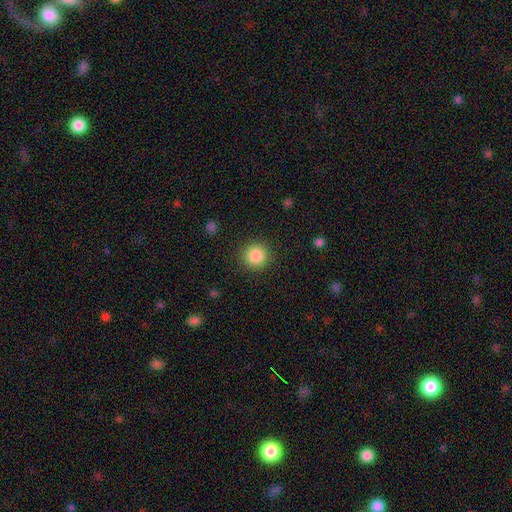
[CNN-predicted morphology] Smooth or featured? smooth (87%)
How rounded? round (93%)
Merging? none (90%)